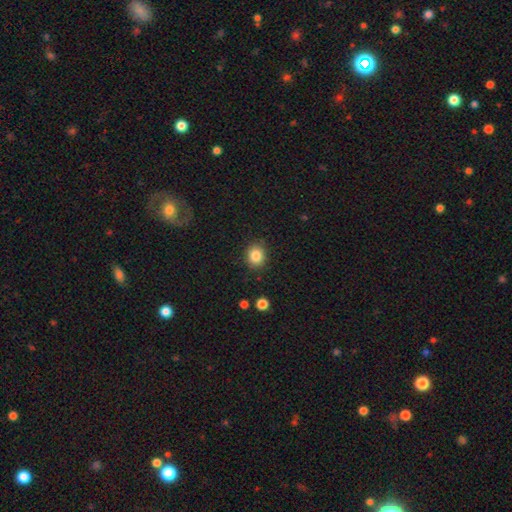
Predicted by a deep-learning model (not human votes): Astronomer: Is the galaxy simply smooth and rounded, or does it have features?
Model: smooth — 85%.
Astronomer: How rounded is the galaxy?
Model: round — 77%.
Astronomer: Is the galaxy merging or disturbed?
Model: none — 87%.